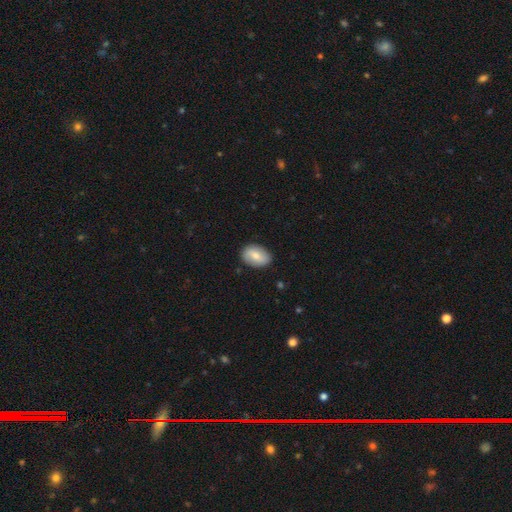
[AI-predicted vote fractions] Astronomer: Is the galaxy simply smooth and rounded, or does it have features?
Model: smooth — 70%.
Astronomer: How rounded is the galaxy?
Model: in between — 80%.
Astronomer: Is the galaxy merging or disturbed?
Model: none — 85%.